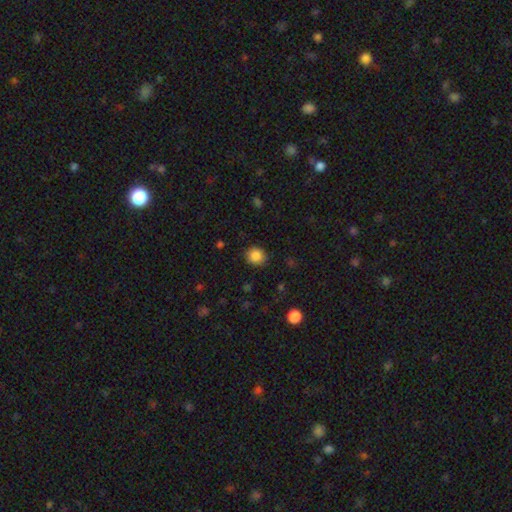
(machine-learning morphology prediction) smooth-or-featured: smooth: 86% | star or artifact: 10% | featured or disk: 4%
  how-rounded: round: 83% | in between: 16% | cigar-shaped: 1%
  merging: none: 87% | minor disturbance: 9% | major disturbance: 2% | merger: 1%